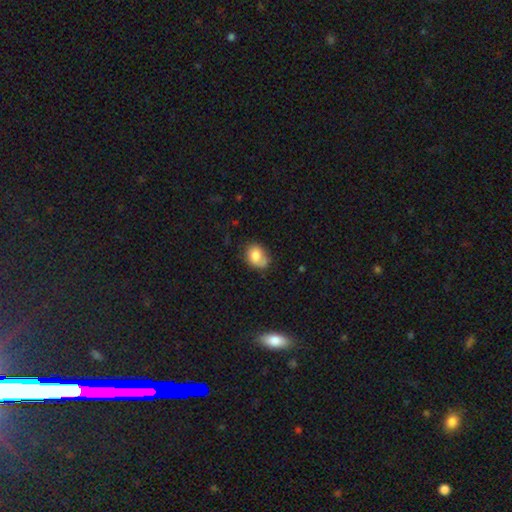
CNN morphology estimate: Smooth or featured? Predicted: smooth (p=0.79). How rounded? Predicted: in between (p=0.64). Merging? Predicted: none (p=0.57).